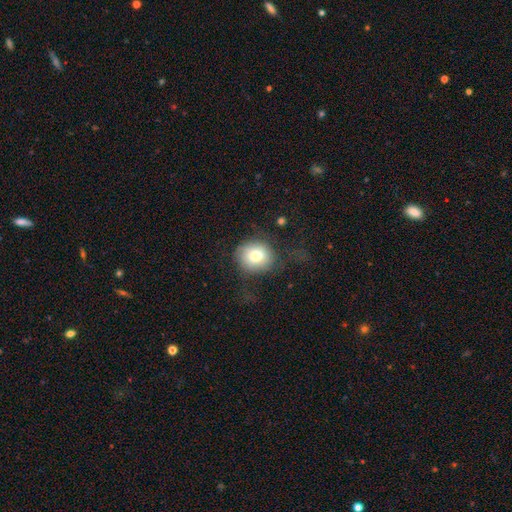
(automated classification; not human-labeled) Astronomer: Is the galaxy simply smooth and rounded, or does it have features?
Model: smooth — 75%.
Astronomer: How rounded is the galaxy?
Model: round — 83%.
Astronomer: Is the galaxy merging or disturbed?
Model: none — 64%.